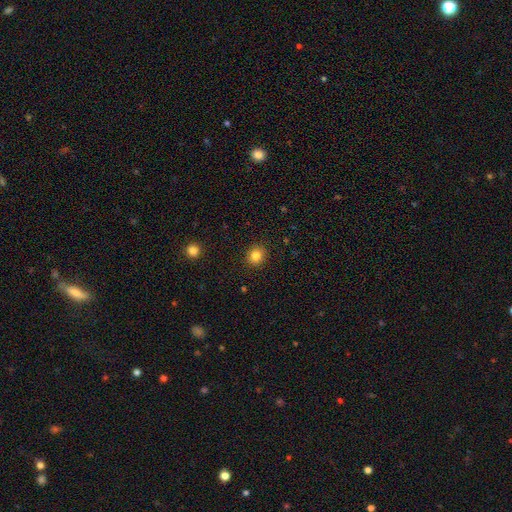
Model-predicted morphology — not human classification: The model was most divided on "how rounded": round: 80%, in between: 19%, cigar-shaped: 1%. More confident: merging — none (91%); smooth or featured — smooth (83%).